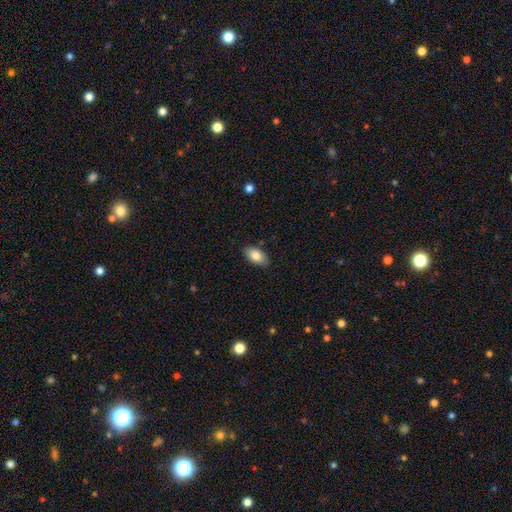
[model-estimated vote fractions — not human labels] Q: Smooth or featured?
A: smooth (82%); runner-up: featured or disk (11%)
Q: How rounded?
A: in between (93%); runner-up: round (4%)
Q: Merging?
A: none (86%); runner-up: minor disturbance (11%)